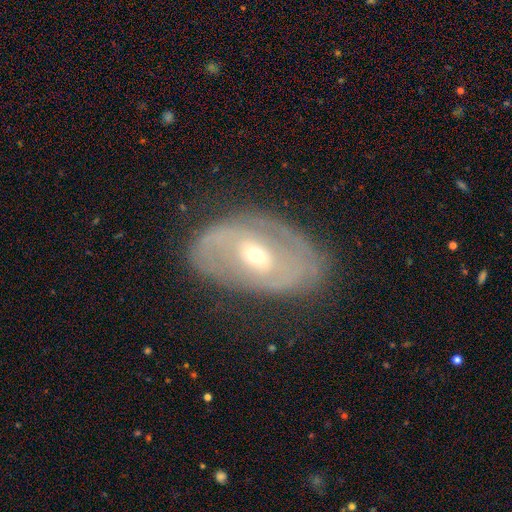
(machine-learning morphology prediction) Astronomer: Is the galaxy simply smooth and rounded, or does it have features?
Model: featured or disk — 75%.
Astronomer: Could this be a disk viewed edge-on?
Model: no — 93%.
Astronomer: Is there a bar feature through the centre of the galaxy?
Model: weak — 43% (runner-up: no, 34%).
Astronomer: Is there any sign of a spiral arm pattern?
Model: yes — 69%.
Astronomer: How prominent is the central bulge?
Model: small — 54% (runner-up: moderate, 42%).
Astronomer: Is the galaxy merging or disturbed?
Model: none — 74%.